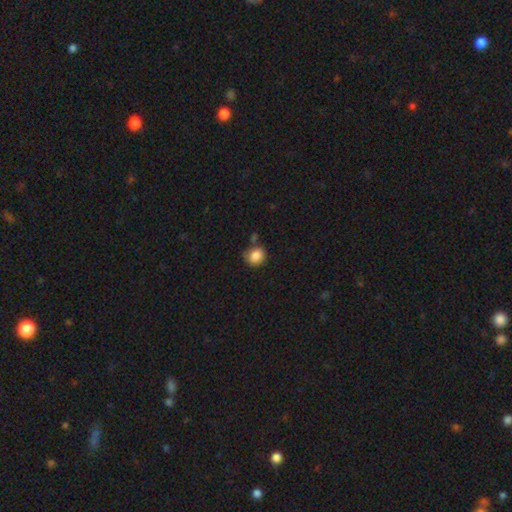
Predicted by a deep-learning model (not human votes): Smooth or featured: smooth — 86% (star or artifact — 9%)
How rounded: round — 78% (in between — 21%)
Merging: none — 68% (minor disturbance — 18%)